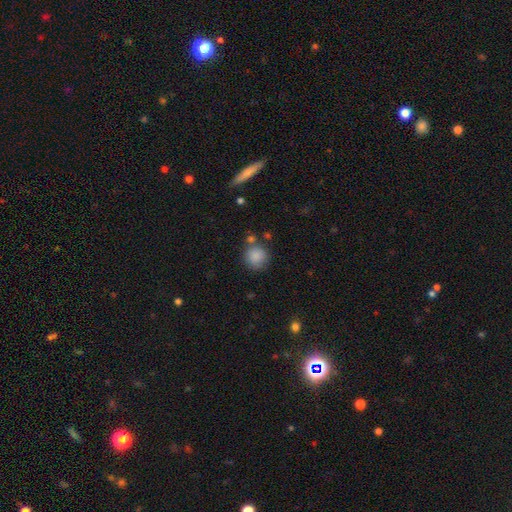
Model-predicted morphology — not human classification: type=smooth (86%); roundness=round (91%); merging=none (73%).